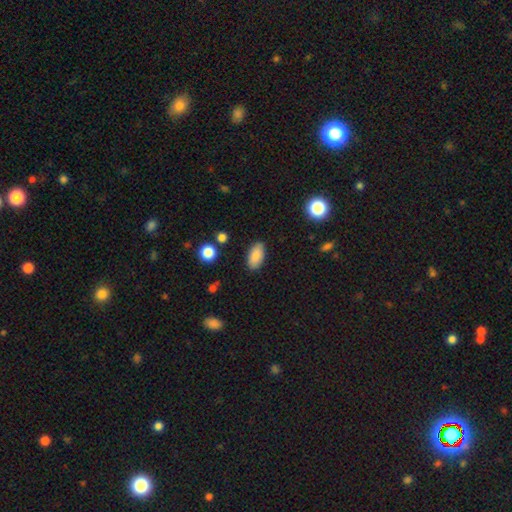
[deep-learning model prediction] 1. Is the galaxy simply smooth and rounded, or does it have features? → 85% smooth, 8% star or artifact, 7% featured or disk.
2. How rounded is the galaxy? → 92% in between, 5% cigar-shaped, 3% round.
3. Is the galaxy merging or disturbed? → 86% none, 10% minor disturbance, 2% major disturbance, 2% merger.